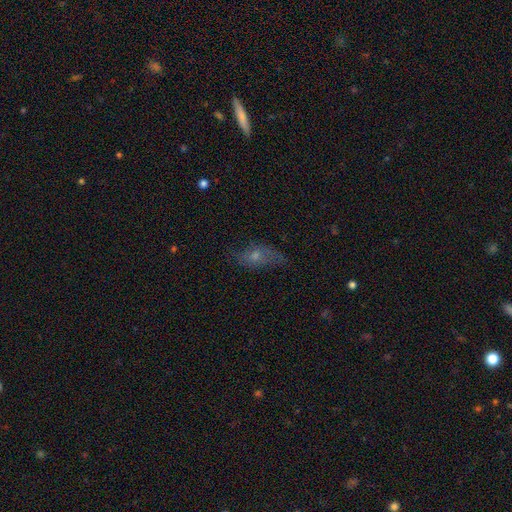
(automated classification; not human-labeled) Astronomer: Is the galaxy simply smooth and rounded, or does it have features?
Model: featured or disk — 43% (runner-up: smooth, 41%).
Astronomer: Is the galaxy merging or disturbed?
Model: none — 61%.